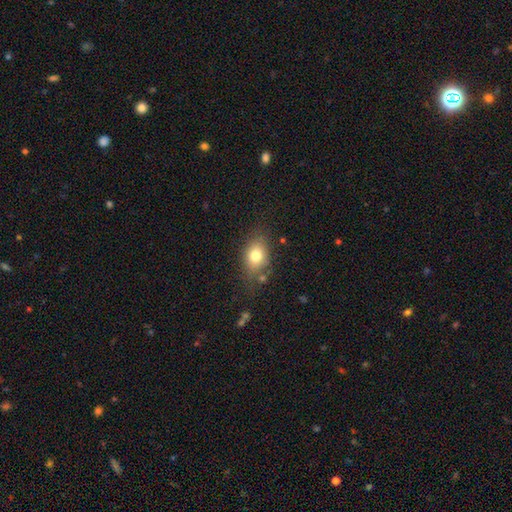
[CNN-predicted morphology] type=smooth (77%); roundness=in between (73%); merging=none (72%).